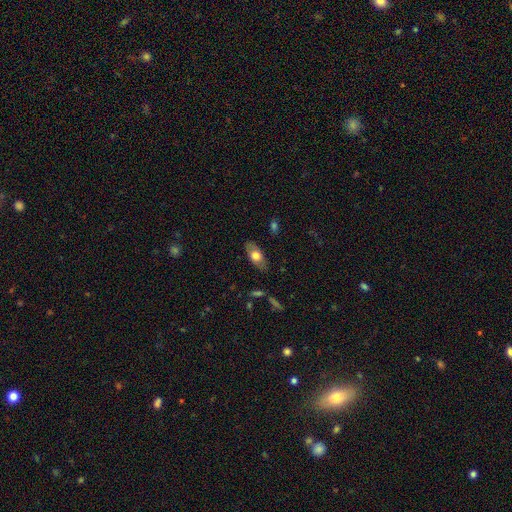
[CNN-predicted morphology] smooth-or-featured: smooth: 65% | featured or disk: 29% | star or artifact: 7%
  how-rounded: in between: 87% | cigar-shaped: 8% | round: 5%
  merging: none: 82% | minor disturbance: 14% | major disturbance: 3% | merger: 1%